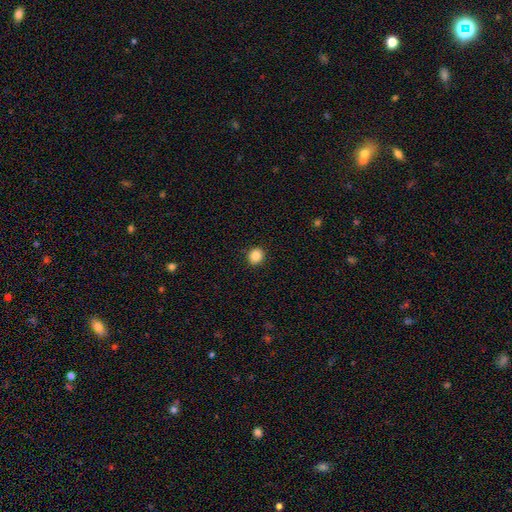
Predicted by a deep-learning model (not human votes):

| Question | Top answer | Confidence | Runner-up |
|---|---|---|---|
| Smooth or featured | smooth | 87% | star or artifact (10%) |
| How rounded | round | 87% | in between (12%) |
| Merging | none | 92% | minor disturbance (5%) |